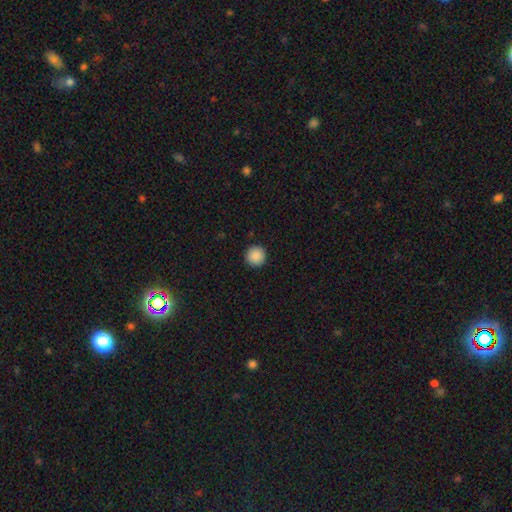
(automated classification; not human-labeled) This appears to be a smooth galaxy with no disk features (89%) that is round (96%). Merging: none (93%).